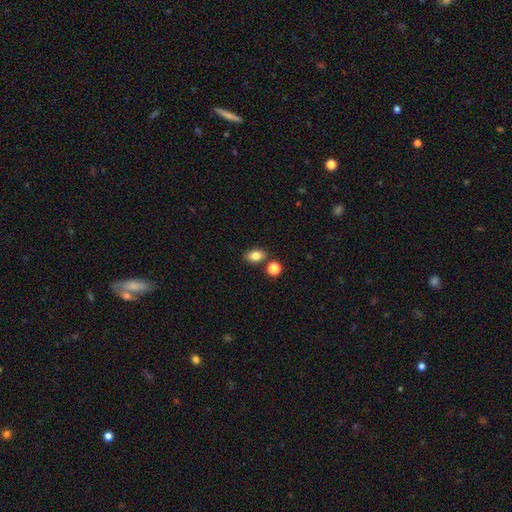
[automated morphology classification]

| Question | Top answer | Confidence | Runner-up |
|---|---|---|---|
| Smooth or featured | smooth | 82% | star or artifact (10%) |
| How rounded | in between | 80% | round (18%) |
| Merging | none | 77% | merger (10%) |